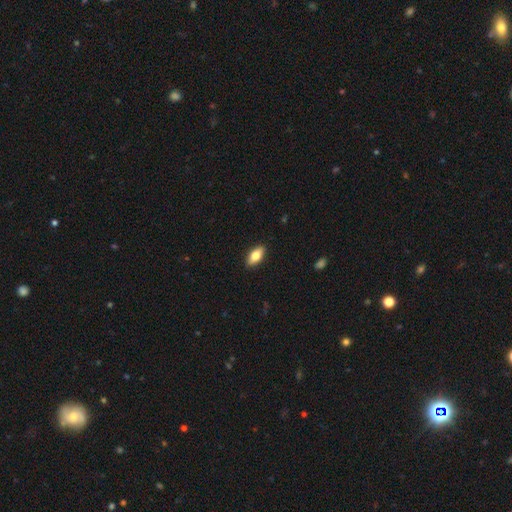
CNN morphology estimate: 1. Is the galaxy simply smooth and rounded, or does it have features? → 74% smooth, 20% featured or disk, 6% star or artifact.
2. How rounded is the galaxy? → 87% in between, 10% cigar-shaped, 3% round.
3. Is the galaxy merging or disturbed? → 90% none, 8% minor disturbance, 2% major disturbance, 1% merger.